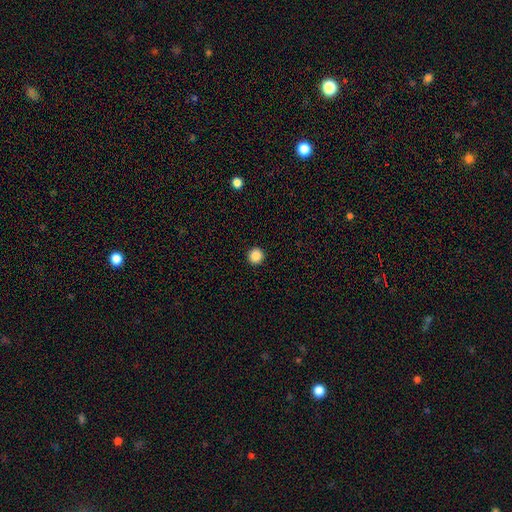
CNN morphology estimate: The model was most divided on "smooth or featured": smooth: 87%, star or artifact: 10%, featured or disk: 3%. More confident: how rounded — round (95%); merging — none (93%).